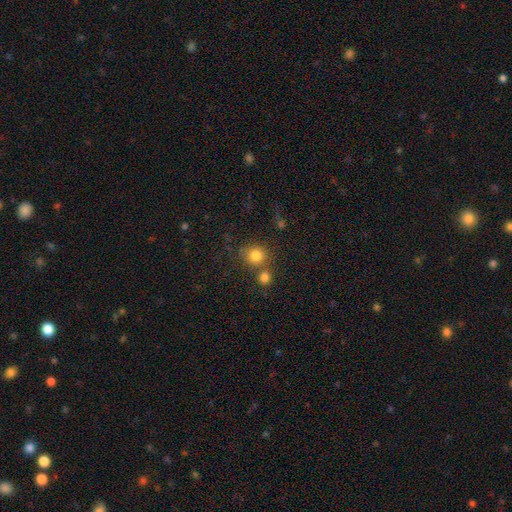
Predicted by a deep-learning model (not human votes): smooth-or-featured: smooth: 81% | star or artifact: 12% | featured or disk: 7%
  how-rounded: round: 88% | in between: 11% | cigar-shaped: 1%
  merging: none: 60% | merger: 26% | minor disturbance: 10% | major disturbance: 4%